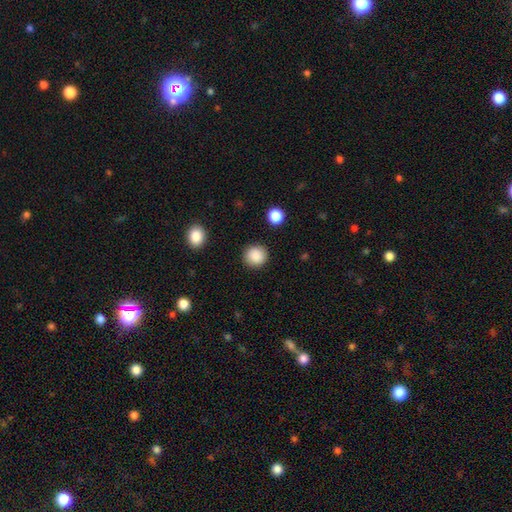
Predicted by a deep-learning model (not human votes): A smooth galaxy with no disk features (88%) that is round (91%).

Vote fractions:
- Smooth or featured? smooth: 88% / star or artifact: 9% / featured or disk: 3%
- How rounded? round: 91% / in between: 8% / cigar-shaped: 1%
- Merging? none: 89% / minor disturbance: 7% / major disturbance: 2% / merger: 1%